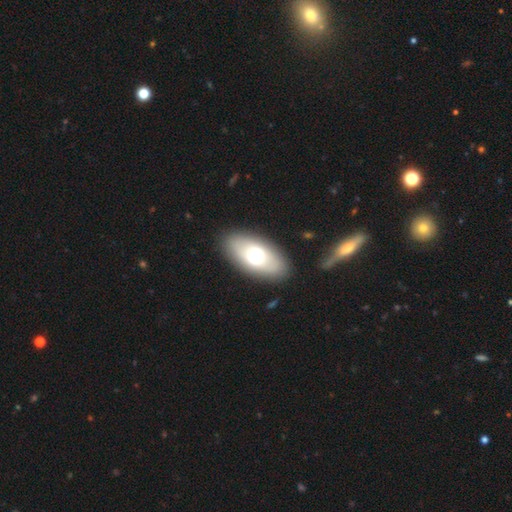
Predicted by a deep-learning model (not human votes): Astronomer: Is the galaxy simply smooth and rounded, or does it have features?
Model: smooth — 61%.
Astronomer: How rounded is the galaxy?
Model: in between — 88%.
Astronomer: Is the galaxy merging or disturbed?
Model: none — 87%.